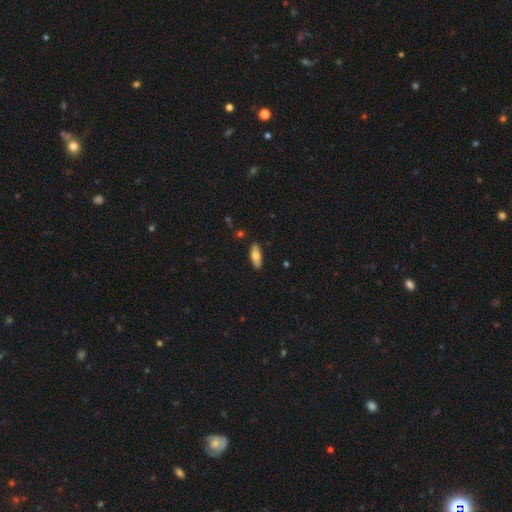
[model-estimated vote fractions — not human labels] The model was most divided on "smooth or featured": smooth: 71%, featured or disk: 23%, star or artifact: 6%. More confident: merging — none (88%); how rounded — in between (73%).